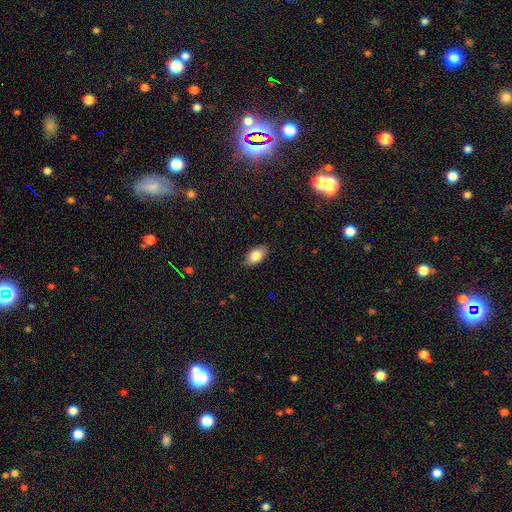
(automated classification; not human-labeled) Smooth or featured: smooth — 83% (featured or disk — 10%)
How rounded: in between — 92% (round — 5%)
Merging: none — 86% (minor disturbance — 10%)